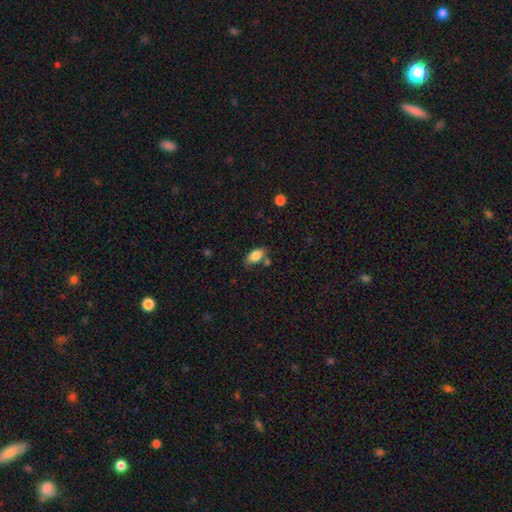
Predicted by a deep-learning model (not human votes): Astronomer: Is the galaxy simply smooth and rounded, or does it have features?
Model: smooth — 82%.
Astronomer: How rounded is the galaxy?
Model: in between — 89%.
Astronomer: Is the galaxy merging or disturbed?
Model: none — 66%.